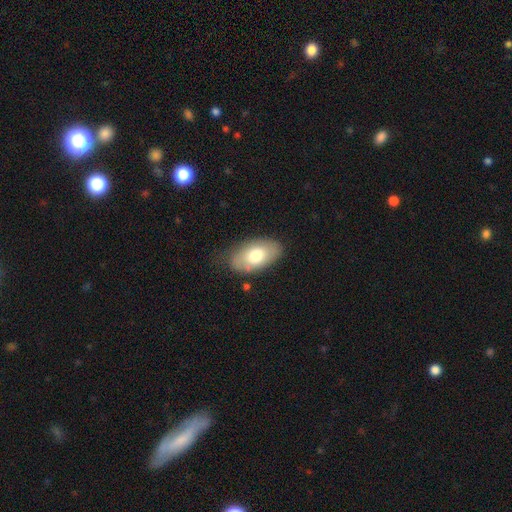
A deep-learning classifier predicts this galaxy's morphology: This is likely a smooth galaxy (72%). How rounded: clearly in between (94%). Merging: likely none (73%).